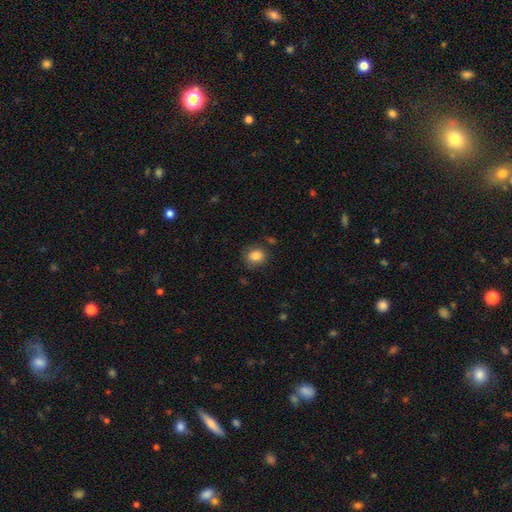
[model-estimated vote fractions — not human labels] Overall: smooth (85%). How rounded: round (66%; in between 33%). Merging: none (81%).